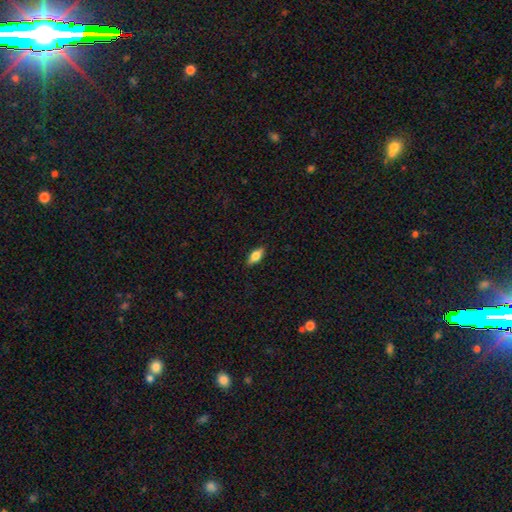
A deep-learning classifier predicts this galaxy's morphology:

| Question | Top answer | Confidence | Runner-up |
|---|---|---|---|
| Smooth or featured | smooth | 74% | featured or disk (19%) |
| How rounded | in between | 82% | cigar-shaped (15%) |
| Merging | none | 88% | minor disturbance (9%) |